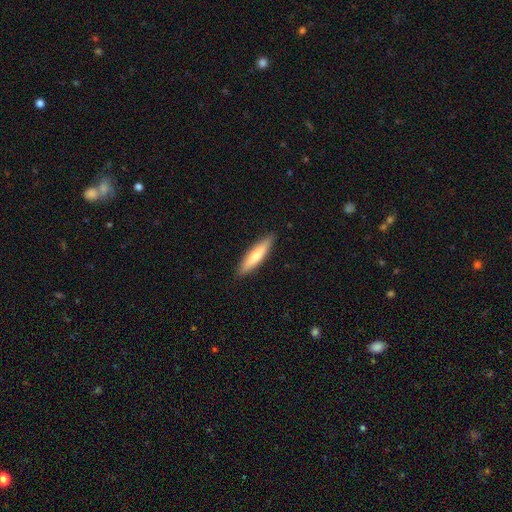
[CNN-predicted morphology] Overall: smooth (68%). How rounded: cigar-shaped (84%). Merging: none (90%).